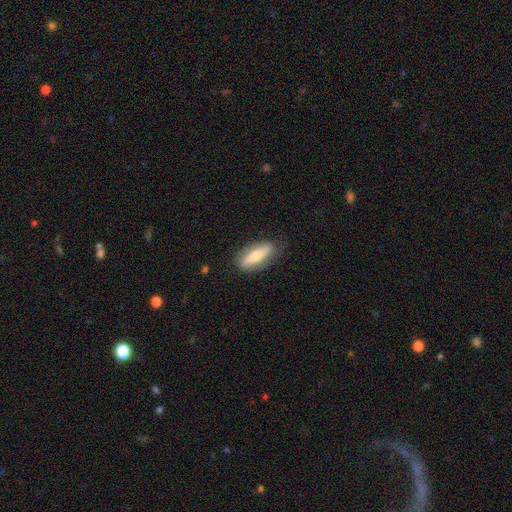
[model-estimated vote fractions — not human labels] smooth_or_featured: smooth (p=0.54) [alt: featured or disk p=0.40]
how_rounded: in between (p=0.59) [alt: cigar-shaped p=0.38]
merging: none (p=0.79) [alt: minor disturbance p=0.16]